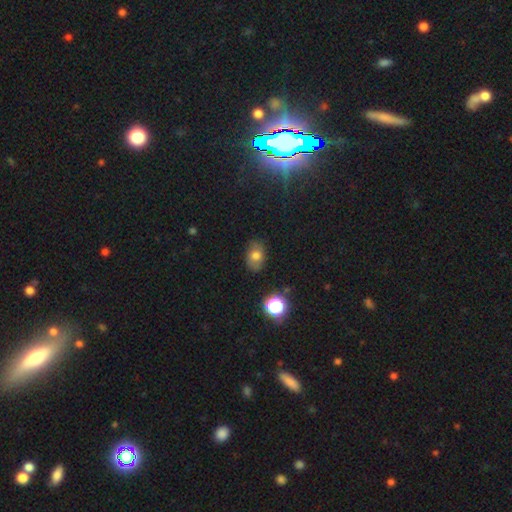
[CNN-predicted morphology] Smooth or featured? Predicted: smooth (p=0.71). How rounded? Predicted: in between (p=0.73). Merging? Predicted: none (p=0.78).